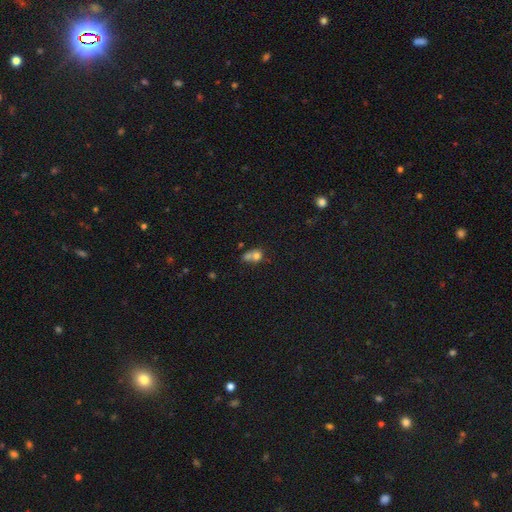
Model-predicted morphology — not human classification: smooth 69%, featured or disk 18%, star or artifact 13%. Down the decision tree: how rounded — round (63%); merging — merger (61%).